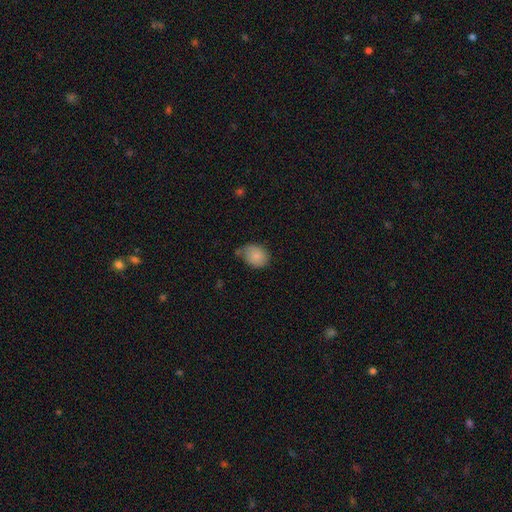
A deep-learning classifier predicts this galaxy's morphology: This appears to be a smooth galaxy with no disk features (82%) that is in between round and cigar-shaped (62%). Merging: none (52%).